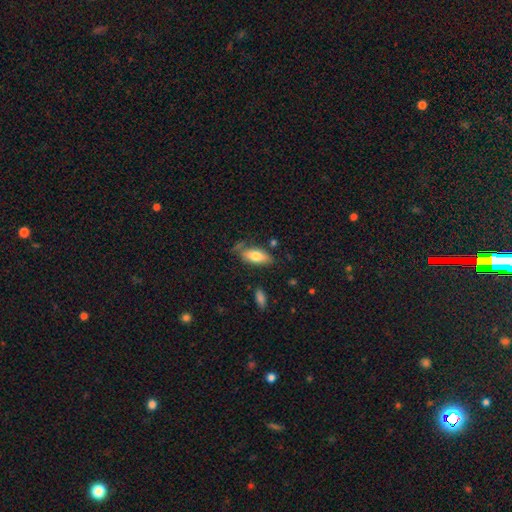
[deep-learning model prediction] A smooth galaxy with no disk features (73%) that is in between round and cigar-shaped (82%).

Vote fractions:
- Smooth or featured? smooth: 73% / featured or disk: 20% / star or artifact: 7%
- How rounded? in between: 82% / cigar-shaped: 16% / round: 2%
- Merging? none: 66% / minor disturbance: 22% / merger: 6% / major disturbance: 6%